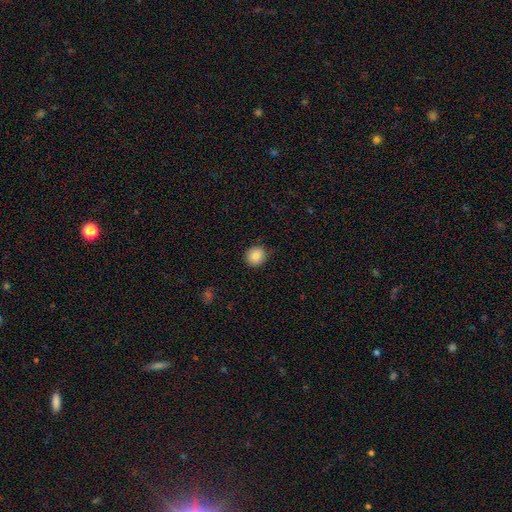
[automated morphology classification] smooth-or-featured: smooth: 86% | star or artifact: 9% | featured or disk: 5%
  how-rounded: round: 88% | in between: 11% | cigar-shaped: 1%
  merging: none: 86% | minor disturbance: 11% | major disturbance: 2% | merger: 1%